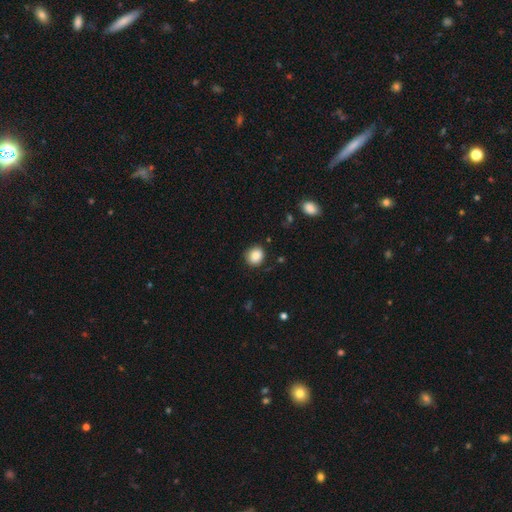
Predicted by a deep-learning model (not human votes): smooth 86%, star or artifact 9%, featured or disk 5%. Down the decision tree: how rounded — round (79%); merging — none (85%).